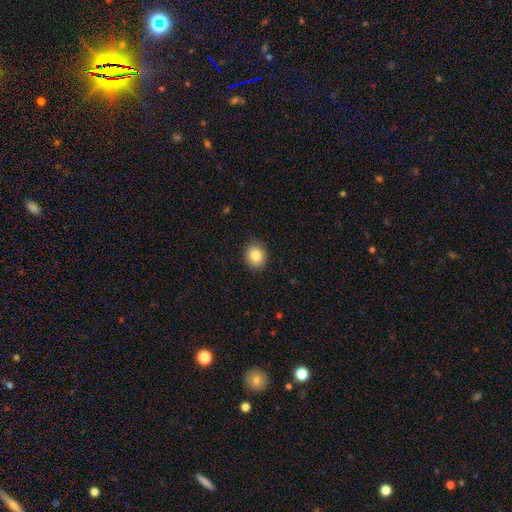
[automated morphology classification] type=smooth (83%); roundness=round (74%); merging=none (90%).